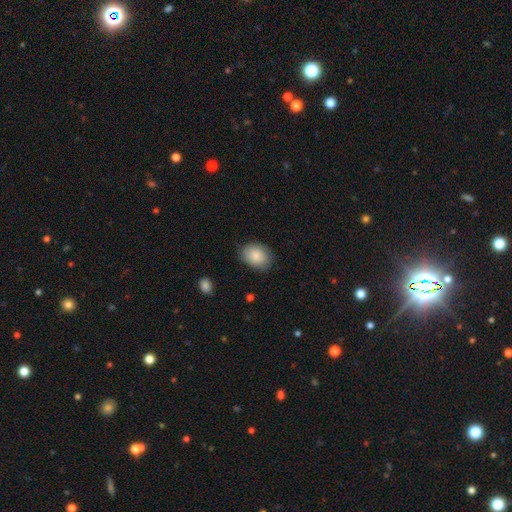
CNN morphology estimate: smooth 86%, featured or disk 8%, star or artifact 6%. Down the decision tree: how rounded — in between (72%); merging — none (80%).